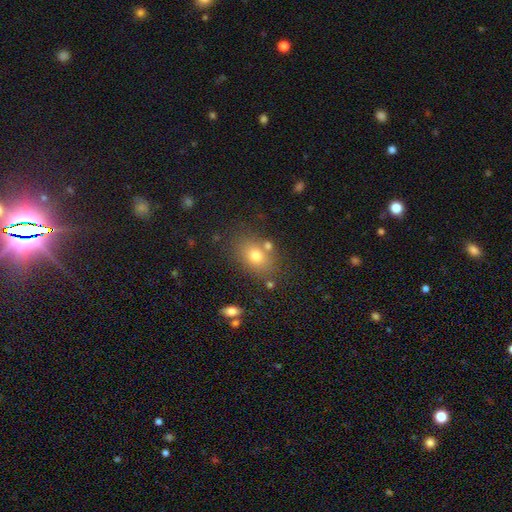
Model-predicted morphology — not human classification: This appears to be a smooth galaxy with no disk features (75%) that is in between round and cigar-shaped (70%). Merging: none (75%).